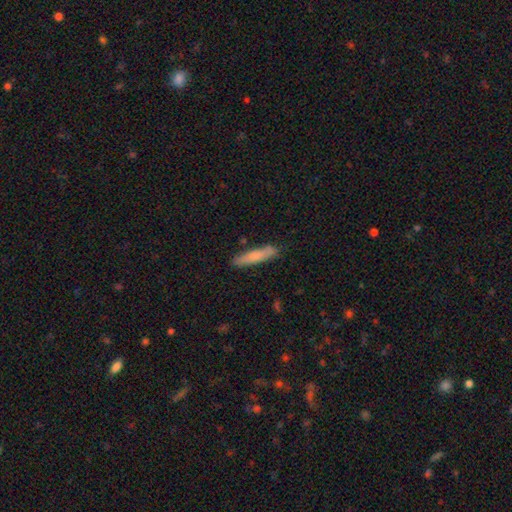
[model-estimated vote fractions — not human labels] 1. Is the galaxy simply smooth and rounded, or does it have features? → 77% smooth, 17% featured or disk, 6% star or artifact.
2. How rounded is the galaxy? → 89% cigar-shaped, 10% in between, 1% round.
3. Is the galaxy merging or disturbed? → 84% none, 12% minor disturbance, 2% major disturbance, 2% merger.